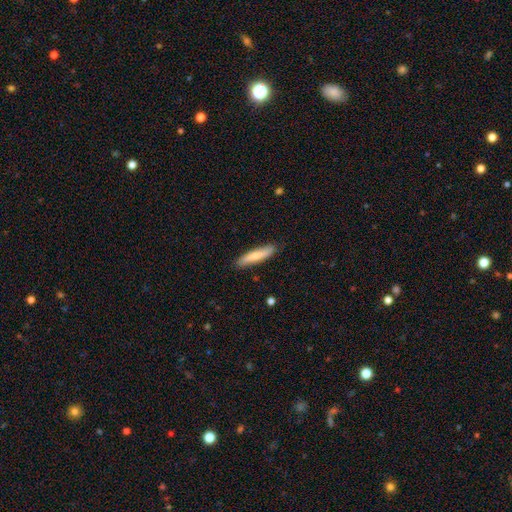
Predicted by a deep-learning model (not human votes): Overall: smooth (71%). How rounded: cigar-shaped (85%). Merging: none (85%).